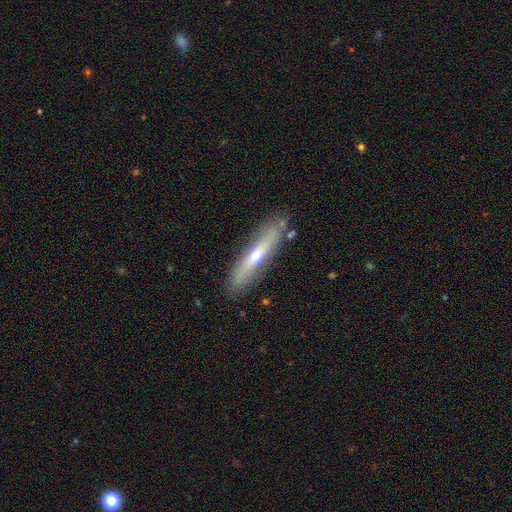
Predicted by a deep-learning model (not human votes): Smooth or featured: featured or disk — 56% (smooth — 38%)
Edge-on disk: yes — 80% (no — 20%)
Merging: none — 82% (minor disturbance — 12%)